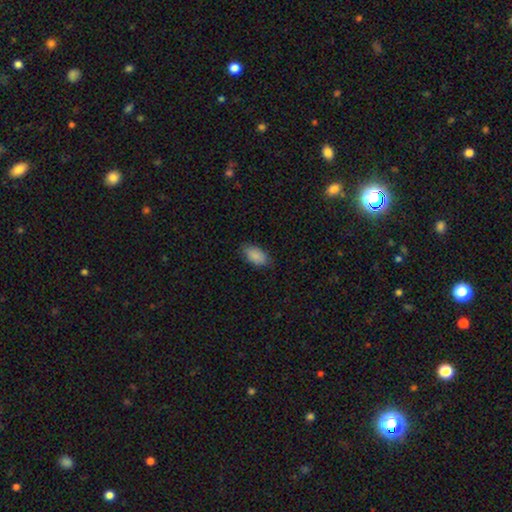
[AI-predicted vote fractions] smooth_or_featured: smooth (p=0.89) [alt: star or artifact p=0.07]
how_rounded: in between (p=0.94) [alt: round p=0.04]
merging: none (p=0.81) [alt: minor disturbance p=0.15]